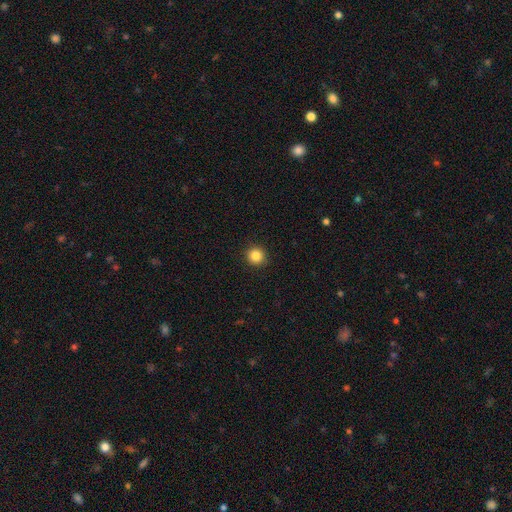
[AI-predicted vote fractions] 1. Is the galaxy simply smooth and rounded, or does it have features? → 85% smooth, 11% star or artifact, 5% featured or disk.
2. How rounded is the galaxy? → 94% round, 5% in between, 1% cigar-shaped.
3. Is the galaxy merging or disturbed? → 92% none, 5% minor disturbance, 2% major disturbance, 1% merger.